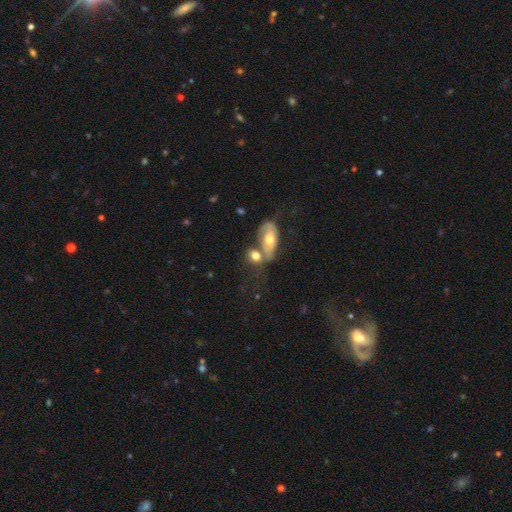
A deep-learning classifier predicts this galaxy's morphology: smooth-or-featured: smooth: 65% | featured or disk: 26% | star or artifact: 9%
  how-rounded: in between: 65% | round: 30% | cigar-shaped: 5%
  merging: merger: 46% | none: 32% | minor disturbance: 14% | major disturbance: 9%